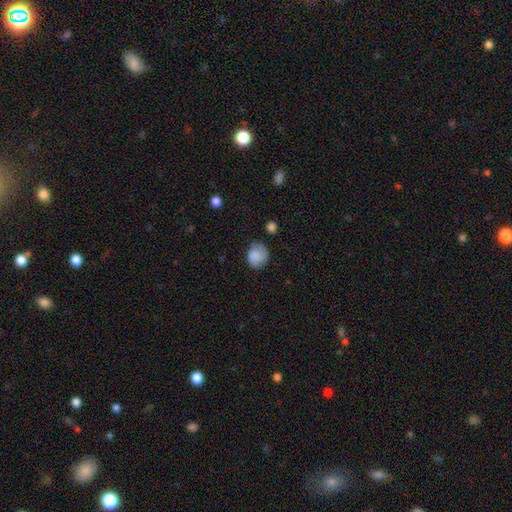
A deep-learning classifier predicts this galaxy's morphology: type=smooth (79%); roundness=round (68%); merging=none (65%).